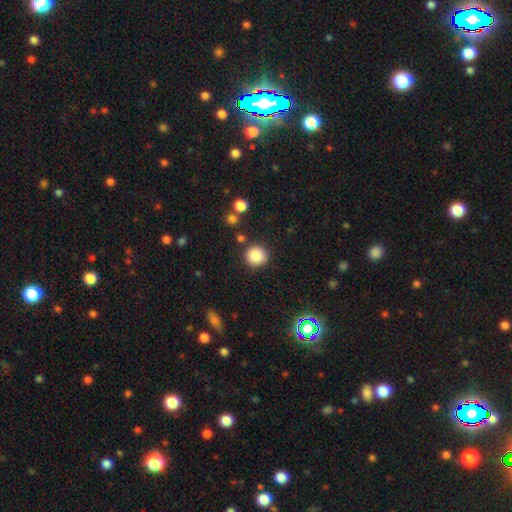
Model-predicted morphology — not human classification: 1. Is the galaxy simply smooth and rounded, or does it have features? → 86% smooth, 10% star or artifact, 4% featured or disk.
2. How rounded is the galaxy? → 93% round, 6% in between, 1% cigar-shaped.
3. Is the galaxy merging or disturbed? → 86% none, 8% minor disturbance, 3% merger, 3% major disturbance.